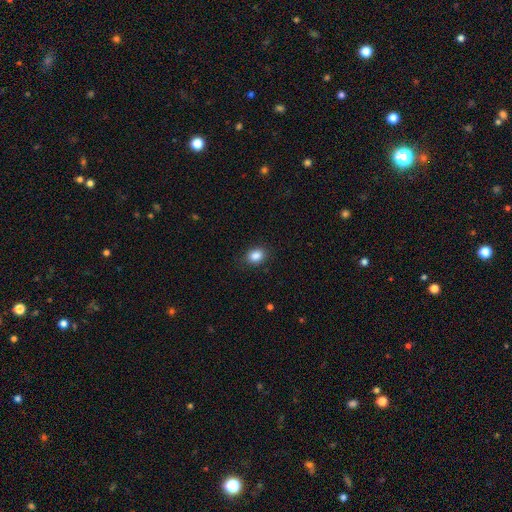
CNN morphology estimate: The model was most divided on "how rounded": in between: 65%, round: 34%, cigar-shaped: 1%. More confident: smooth or featured — smooth (87%); merging — none (85%).